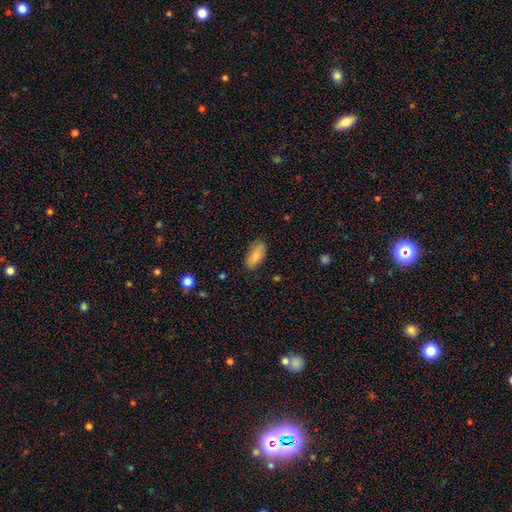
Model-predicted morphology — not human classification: Q: Smooth or featured?
A: smooth (84%); runner-up: featured or disk (9%)
Q: How rounded?
A: in between (87%); runner-up: cigar-shaped (11%)
Q: Merging?
A: none (79%); runner-up: minor disturbance (16%)